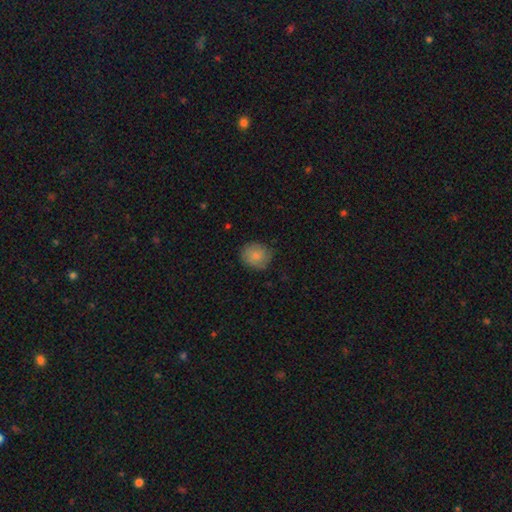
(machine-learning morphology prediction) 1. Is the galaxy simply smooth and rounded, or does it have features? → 82% smooth, 10% featured or disk, 8% star or artifact.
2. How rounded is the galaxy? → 81% round, 18% in between, 1% cigar-shaped.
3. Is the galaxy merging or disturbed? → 80% none, 16% minor disturbance, 3% major disturbance, 1% merger.